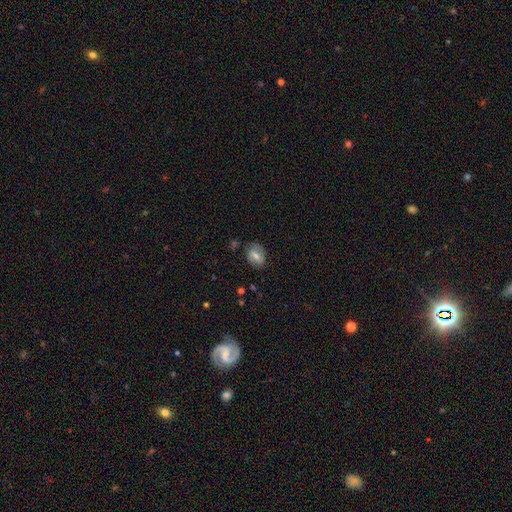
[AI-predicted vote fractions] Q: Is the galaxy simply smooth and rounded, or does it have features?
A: smooth — 57%.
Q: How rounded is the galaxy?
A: in between — 69%.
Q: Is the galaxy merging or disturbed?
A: none — 74%.